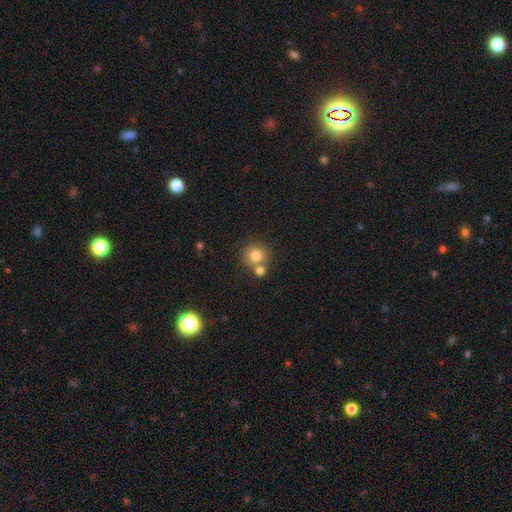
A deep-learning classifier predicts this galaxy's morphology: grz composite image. It shows a smooth galaxy with no disk features (79%) that is round (91%). Merging: none (64%).